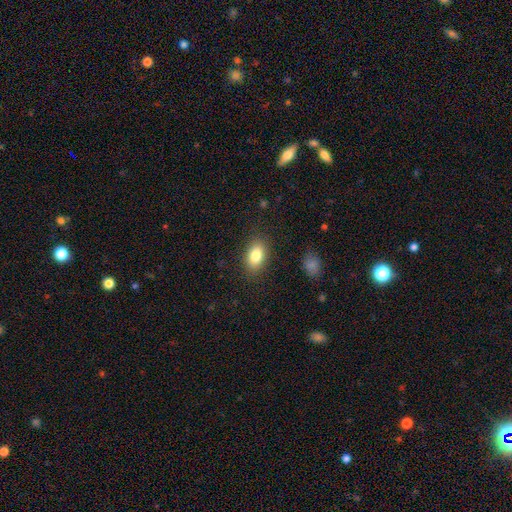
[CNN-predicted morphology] smooth 83%, featured or disk 9%, star or artifact 8%. Down the decision tree: how rounded — in between (89%); merging — none (86%).